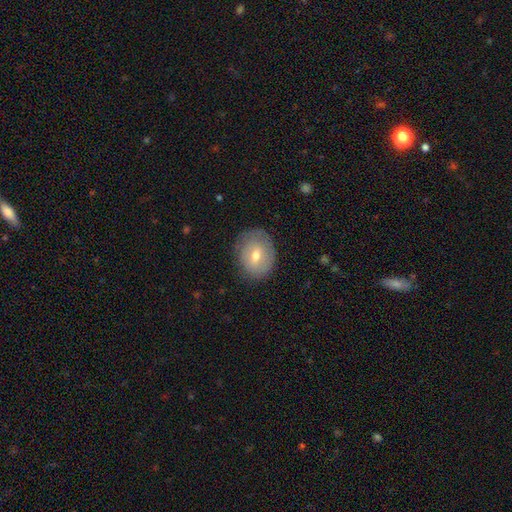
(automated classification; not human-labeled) This is likely a smooth galaxy (61%). How rounded: possibly round (51%). Merging: likely none (77%).